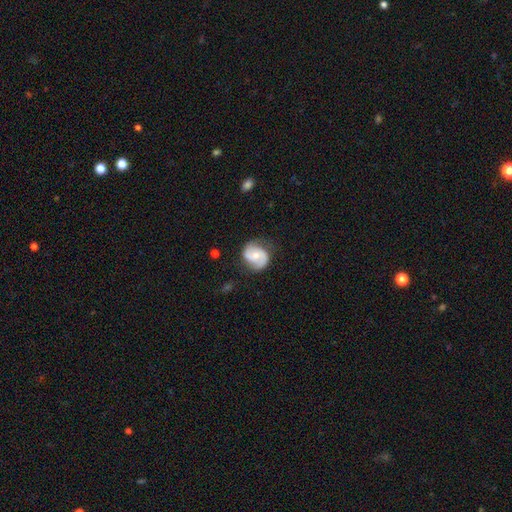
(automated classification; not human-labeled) featured or disk 77%, smooth 17%, star or artifact 6%. Down the decision tree: edge-on disk — no (98%); bar — no (58%); spiral arms — yes (94%); spiral arm count — 2 (88%); spiral winding — medium (48%); bulge size — moderate (54%); merging — none (73%).